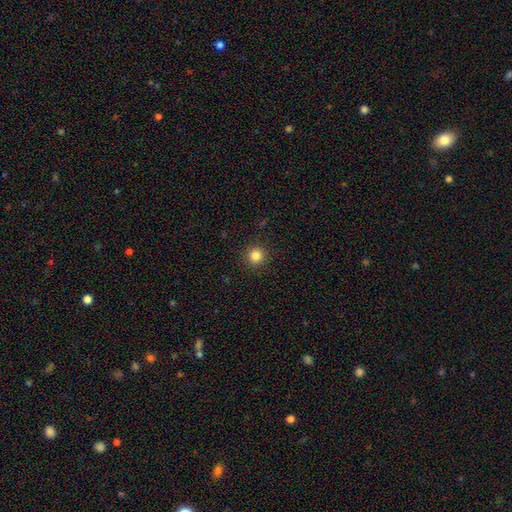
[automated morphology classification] Q: Smooth or featured?
A: smooth (83%); runner-up: star or artifact (12%)
Q: How rounded?
A: round (95%); runner-up: in between (4%)
Q: Merging?
A: none (92%); runner-up: minor disturbance (5%)